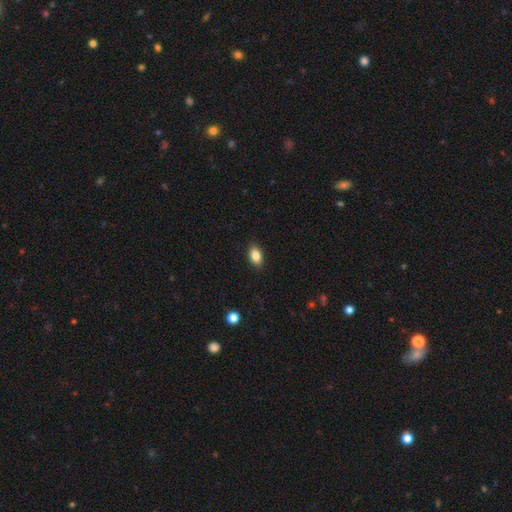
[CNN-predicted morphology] Overall: smooth (85%). How rounded: in between (89%). Merging: none (88%).